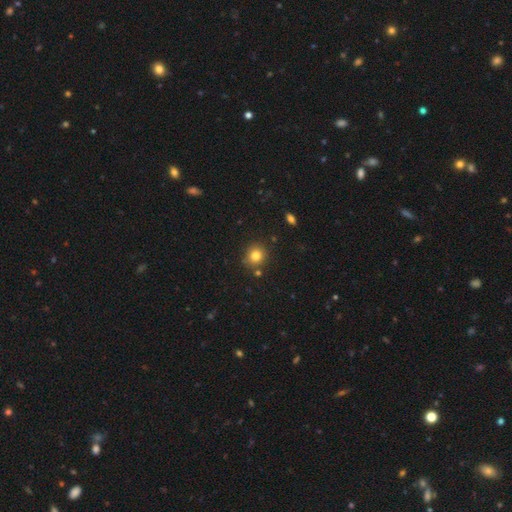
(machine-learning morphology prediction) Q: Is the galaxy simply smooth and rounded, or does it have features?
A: smooth — 80%.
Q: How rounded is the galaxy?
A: round — 88%.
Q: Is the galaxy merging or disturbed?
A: none — 83%.